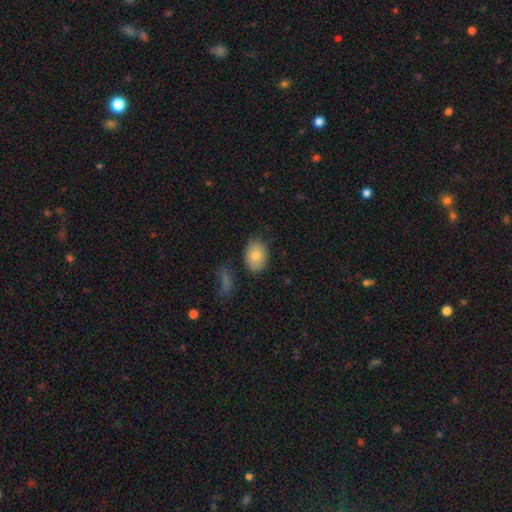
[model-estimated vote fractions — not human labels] Overall: smooth (81%). How rounded: in between (71%). Merging: none (78%).